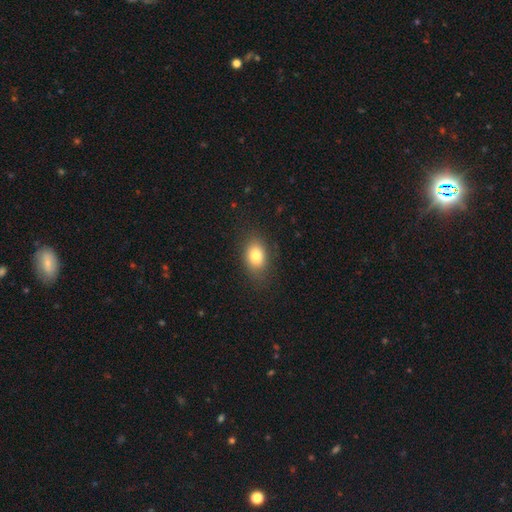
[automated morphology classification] The model was most divided on "how rounded": in between: 77%, round: 22%, cigar-shaped: 2%. More confident: merging — none (82%); smooth or featured — smooth (81%).